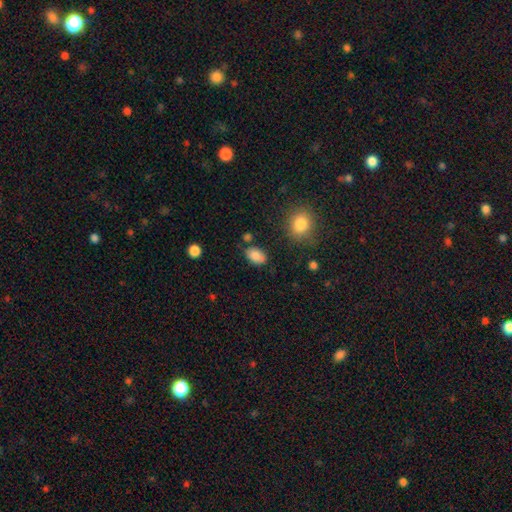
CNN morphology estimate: The model was most divided on "merging": none: 79%, minor disturbance: 13%, merger: 4%, major disturbance: 3%. More confident: how rounded — in between (88%); smooth or featured — smooth (84%).